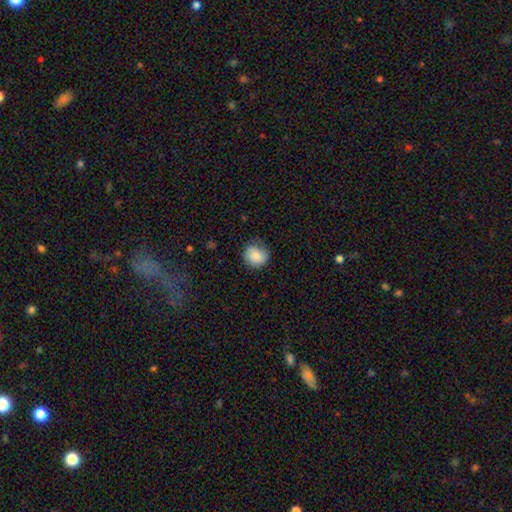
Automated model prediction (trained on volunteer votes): This is clearly a smooth galaxy (83%). How rounded: clearly round (83%). Merging: likely none (74%).